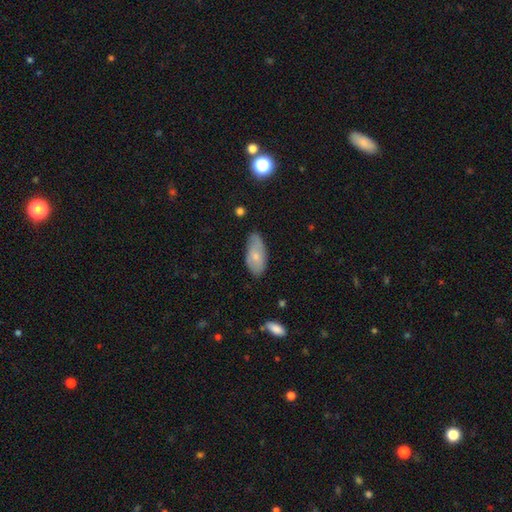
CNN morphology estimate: type=smooth (68%); roundness=in between (90%); merging=none (64%).